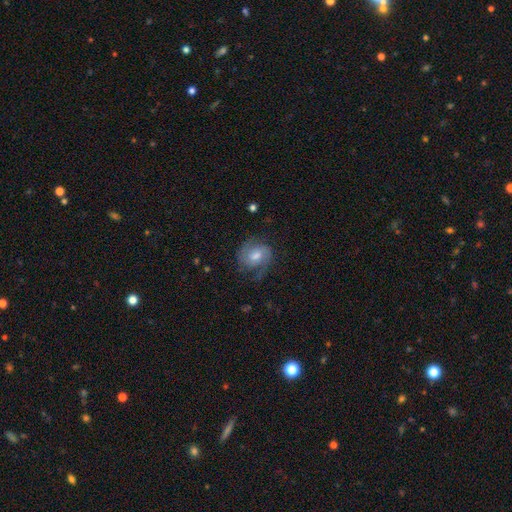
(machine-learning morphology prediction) smooth_or_featured: featured or disk (p=0.72) [alt: smooth p=0.20]
disk_edge_on: no (p=0.97) [alt: yes p=0.03]
bar: no (p=0.47) [alt: weak p=0.42]
has_spiral_arms: yes (p=0.93) [alt: no p=0.07]
spiral_winding: medium (p=0.47) [alt: tight p=0.33]
spiral_arm_count: 2 (p=0.78) [alt: can't tell p=0.10]
bulge_size: moderate (p=0.61) [alt: small p=0.26]
merging: none (p=0.68) [alt: minor disturbance p=0.19]